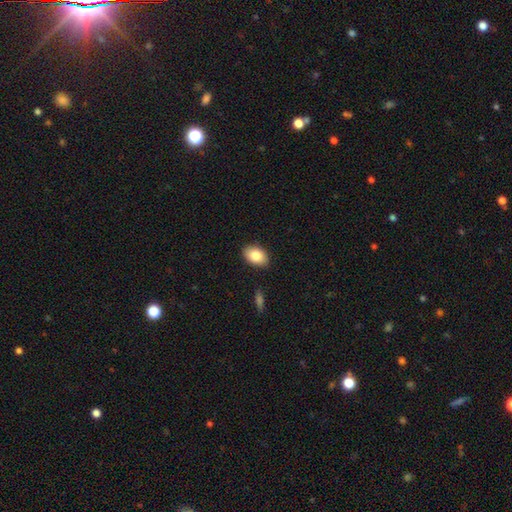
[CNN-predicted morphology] A smooth galaxy with no disk features (84%) that is in between round and cigar-shaped (88%). Merging: none (88%).